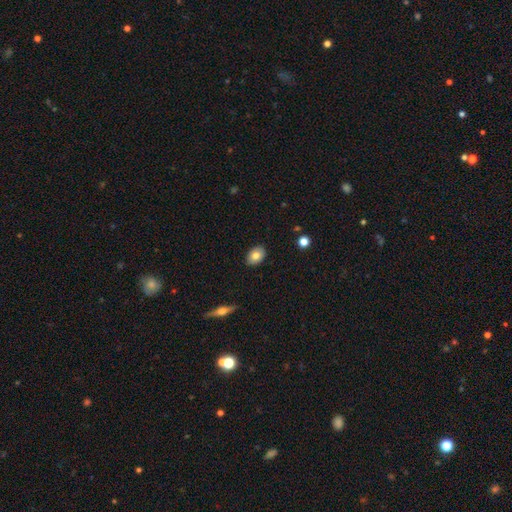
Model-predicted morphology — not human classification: The model was most divided on "smooth or featured": smooth: 77%, featured or disk: 15%, star or artifact: 8%. More confident: merging — none (88%); how rounded — in between (81%).